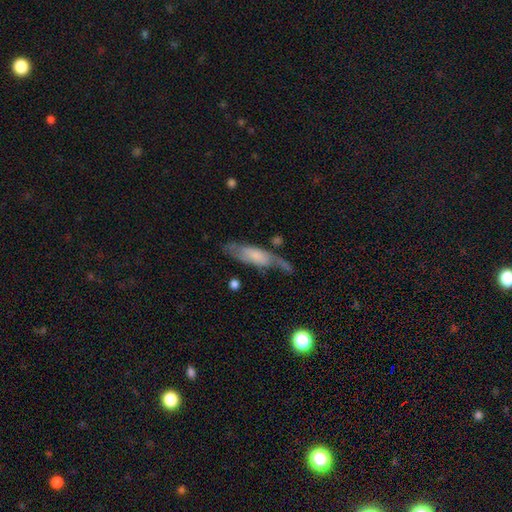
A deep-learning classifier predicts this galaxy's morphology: The model was most divided on "smooth or featured": featured or disk: 47%, smooth: 46%, star or artifact: 7%. Remaining: merging — none (42%).